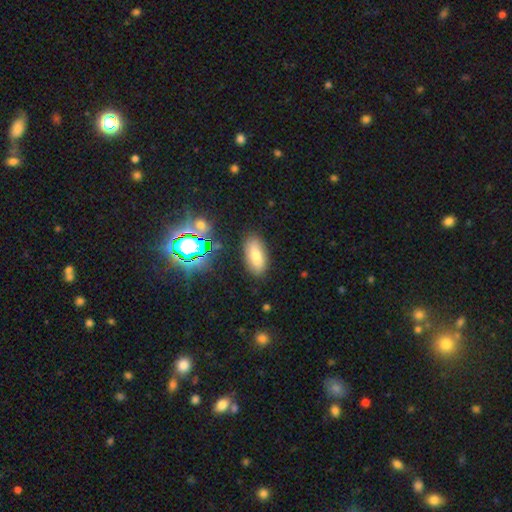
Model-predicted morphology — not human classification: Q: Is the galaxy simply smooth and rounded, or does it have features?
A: smooth — 66%.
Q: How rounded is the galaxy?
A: in between — 83%.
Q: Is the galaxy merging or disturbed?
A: none — 86%.